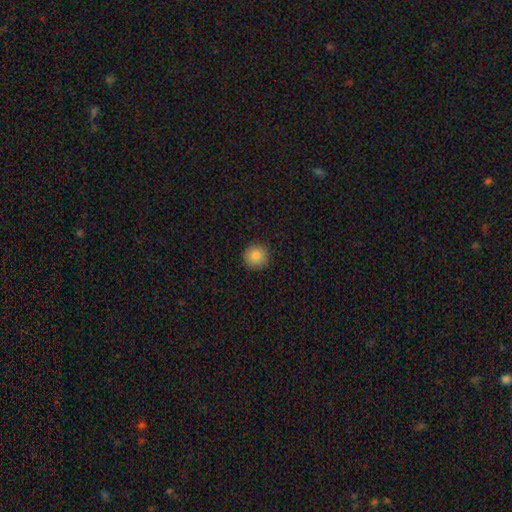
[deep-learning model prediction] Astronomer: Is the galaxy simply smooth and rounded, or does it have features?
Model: smooth — 86%.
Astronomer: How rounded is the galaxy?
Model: round — 94%.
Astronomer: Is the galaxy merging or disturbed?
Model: none — 91%.